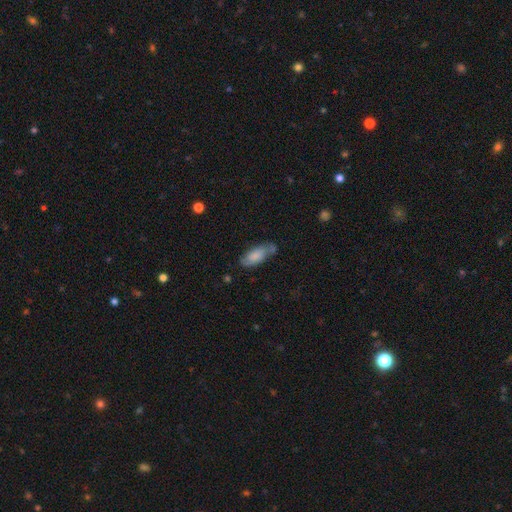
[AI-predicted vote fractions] This is likely a smooth galaxy (68%). How rounded: clearly in between (81%). Merging: possibly none (53%).